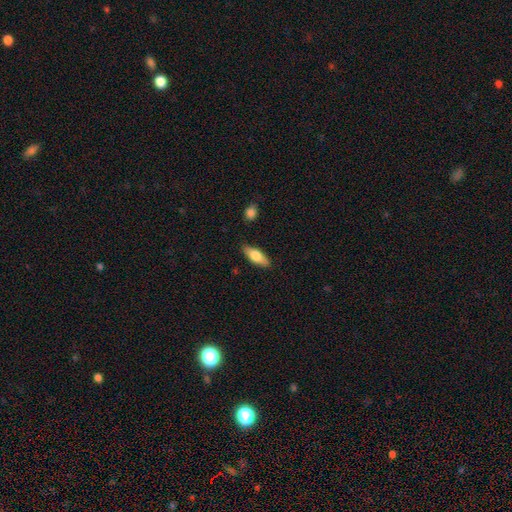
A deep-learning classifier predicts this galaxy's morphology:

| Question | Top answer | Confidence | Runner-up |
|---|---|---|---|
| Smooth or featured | smooth | 71% | featured or disk (23%) |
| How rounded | in between | 70% | cigar-shaped (28%) |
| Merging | none | 85% | minor disturbance (10%) |